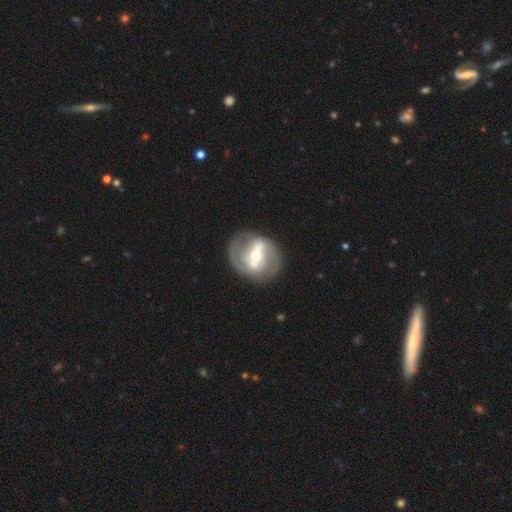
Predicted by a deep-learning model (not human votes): A featured or disk galaxy (77%) with a strong bar (62%), spiral arms (65%) and a moderate central bulge (55%).

Vote fractions:
- Smooth or featured? featured or disk: 77% / smooth: 18% / star or artifact: 6%
- Edge-on disk? no: 93% / yes: 7%
- Bar? strong: 62% / weak: 26% / no: 13%
- Spiral arms? yes: 65% / no: 35%
- Bulge size? moderate: 55% / small: 37% / large: 6% / dominant: 1% / none: 1%
- Merging? none: 77% / minor disturbance: 13% / major disturbance: 8% / merger: 2%